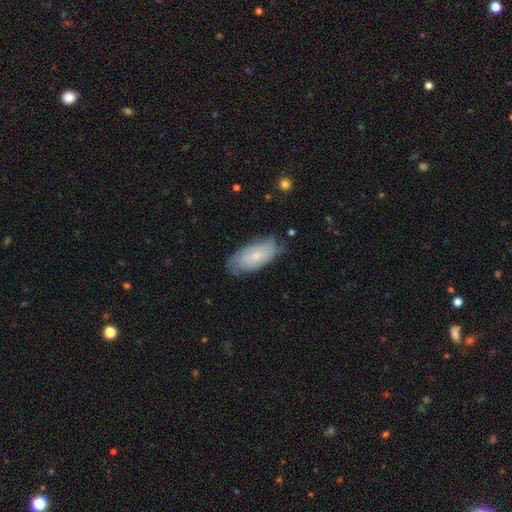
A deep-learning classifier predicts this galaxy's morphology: Q: Smooth or featured?
A: featured or disk (54%); runner-up: smooth (40%)
Q: Edge-on disk?
A: no (91%); runner-up: yes (9%)
Q: Merging?
A: none (66%); runner-up: minor disturbance (25%)